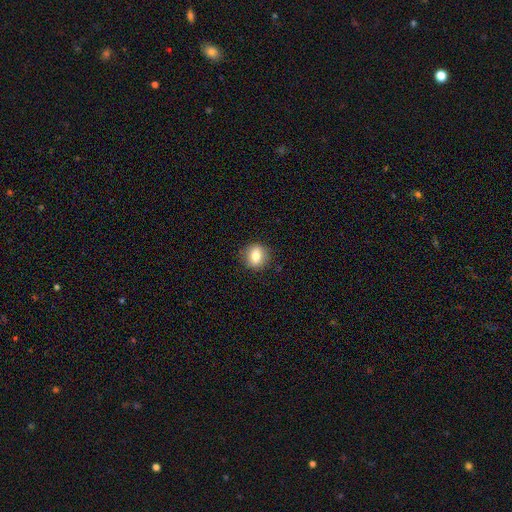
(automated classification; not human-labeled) smooth-or-featured: smooth: 78% | featured or disk: 12% | star or artifact: 9%
  how-rounded: round: 77% | in between: 22% | cigar-shaped: 1%
  merging: none: 88% | minor disturbance: 9% | major disturbance: 2% | merger: 1%